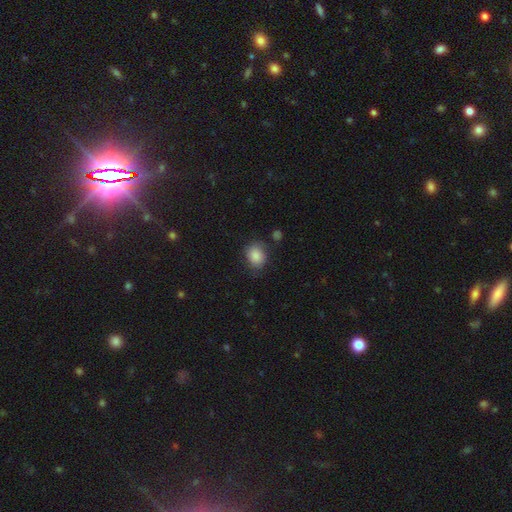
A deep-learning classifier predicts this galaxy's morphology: smooth 86%, star or artifact 8%, featured or disk 6%. Down the decision tree: how rounded — round (52%); merging — none (72%).